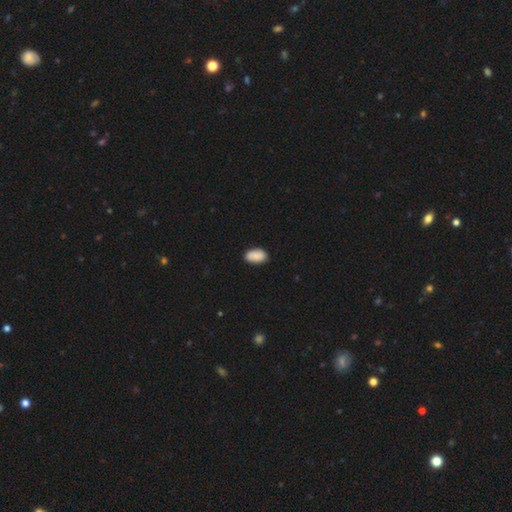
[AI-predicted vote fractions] smooth_or_featured: smooth (p=0.88) [alt: star or artifact p=0.07]
how_rounded: in between (p=0.94) [alt: round p=0.04]
merging: none (p=0.83) [alt: minor disturbance p=0.13]